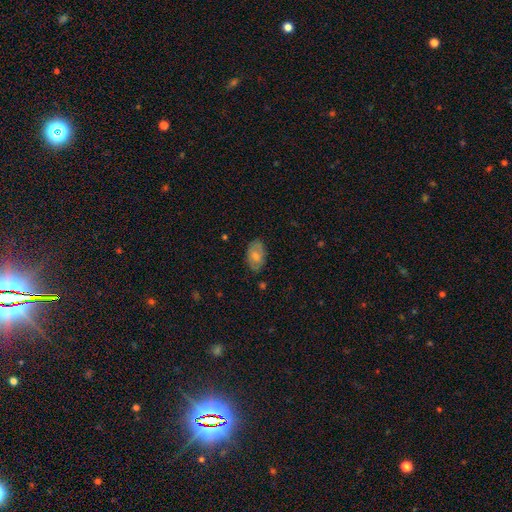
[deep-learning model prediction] smooth 72%, featured or disk 21%, star or artifact 7%. Down the decision tree: how rounded — in between (92%); merging — none (76%).